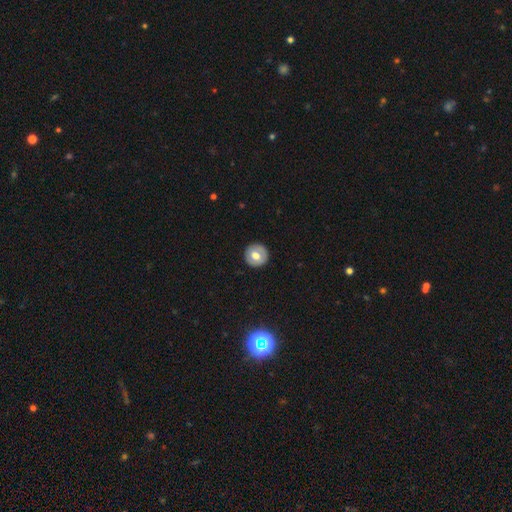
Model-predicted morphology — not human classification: A smooth galaxy with no disk features (64%) that is round (95%). Merging: none (91%).